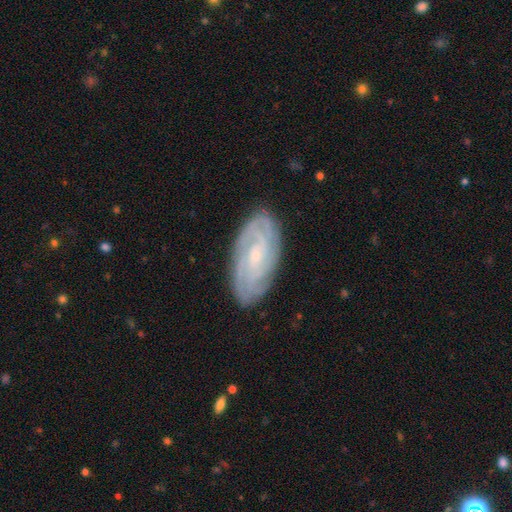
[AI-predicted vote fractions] This appears to be a featured or disk galaxy (81%) with no bar (54%), tight (76%) spiral arms (96%) and a small central bulge (71%). Merging: none (84%).